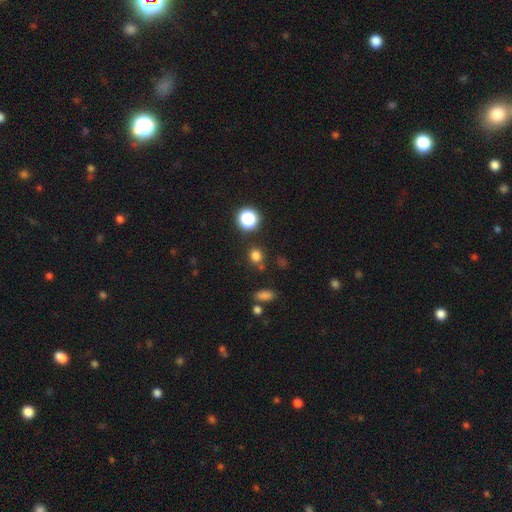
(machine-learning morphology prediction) Q: Smooth or featured?
A: smooth (75%); runner-up: star or artifact (20%)
Q: How rounded?
A: round (81%); runner-up: in between (18%)
Q: Merging?
A: none (77%); runner-up: minor disturbance (10%)